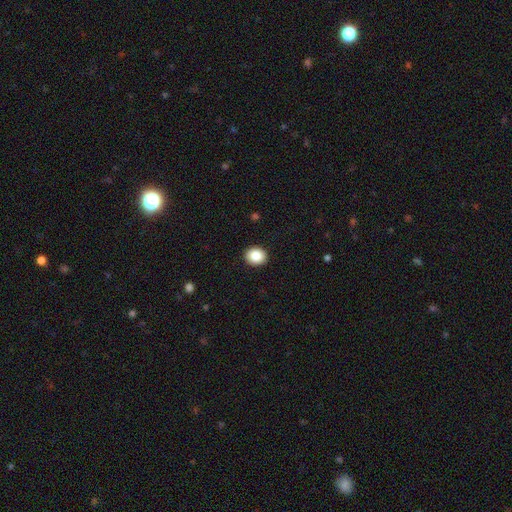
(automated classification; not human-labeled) A smooth galaxy with no disk features (86%) that is round (67%).

Vote fractions:
- Smooth or featured? smooth: 86% / star or artifact: 9% / featured or disk: 5%
- How rounded? round: 67% / in between: 33% / cigar-shaped: 1%
- Merging? none: 92% / minor disturbance: 6% / major disturbance: 2% / merger: 1%